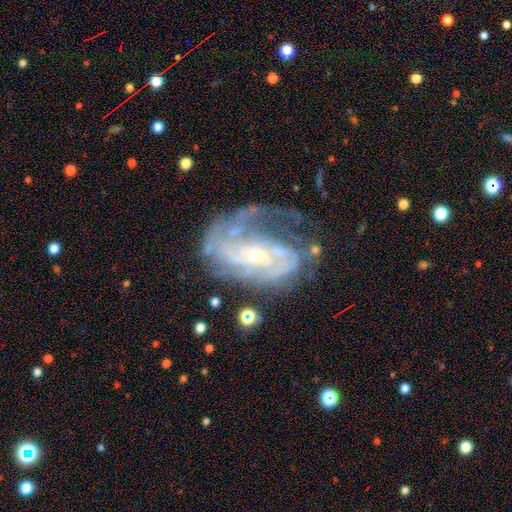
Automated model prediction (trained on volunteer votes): featured or disk 86%, star or artifact 7%, smooth 7%. Down the decision tree: edge-on disk — no (97%); bar — no (48%); spiral arms — yes (92%); spiral arm count — 2 (32%); spiral winding — tight (44%); bulge size — small (68%); merging — none (48%).